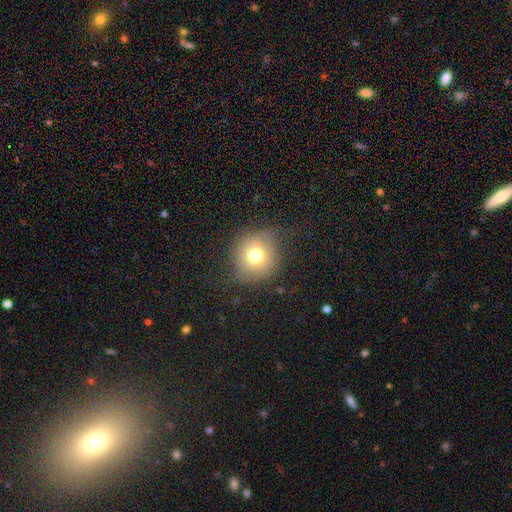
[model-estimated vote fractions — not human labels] Smooth or featured? Predicted: smooth (p=0.69). How rounded? Predicted: round (p=0.90). Merging? Predicted: none (p=0.71).